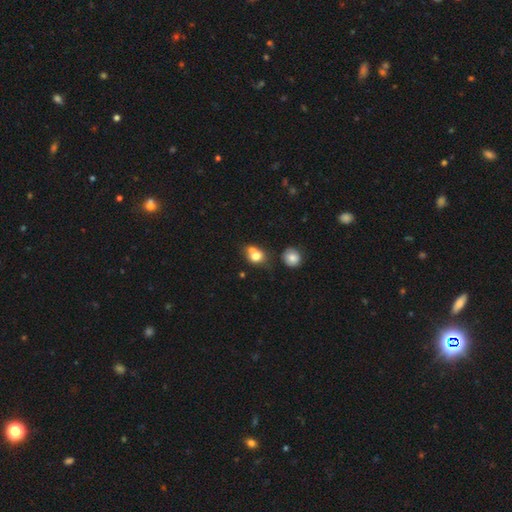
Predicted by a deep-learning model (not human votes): The model was most divided on "merging": merger: 46%, none: 36%, minor disturbance: 12%, major disturbance: 6%. More confident: smooth or featured — smooth (73%); how rounded — round (64%).